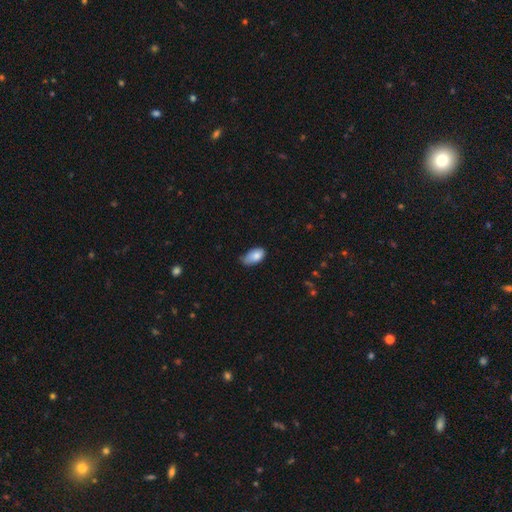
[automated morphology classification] The model was most divided on "merging": minor disturbance: 45%, none: 43%, major disturbance: 9%, merger: 3%. More confident: how rounded — in between (93%); smooth or featured — smooth (83%).